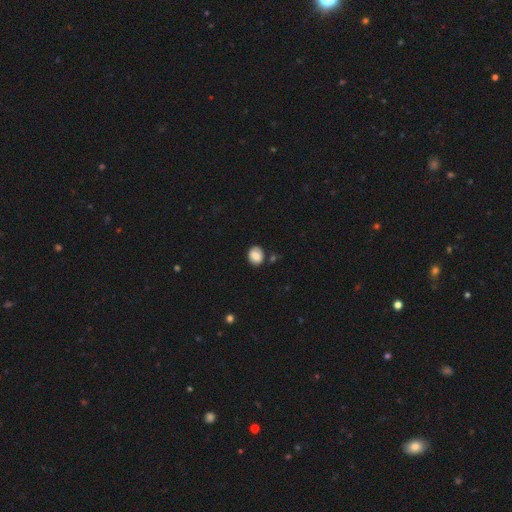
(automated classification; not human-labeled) This appears to be a smooth galaxy with no disk features (84%) that is round (60%). Merging: none (80%).